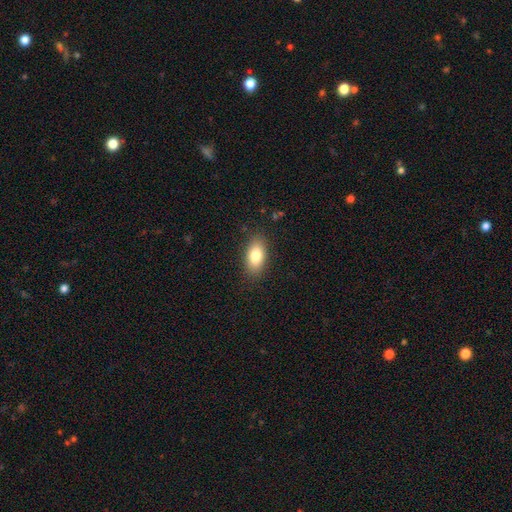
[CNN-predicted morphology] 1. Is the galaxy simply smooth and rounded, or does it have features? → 81% smooth, 11% featured or disk, 8% star or artifact.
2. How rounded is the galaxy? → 90% in between, 6% round, 5% cigar-shaped.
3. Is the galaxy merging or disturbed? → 86% none, 10% minor disturbance, 3% major disturbance, 1% merger.